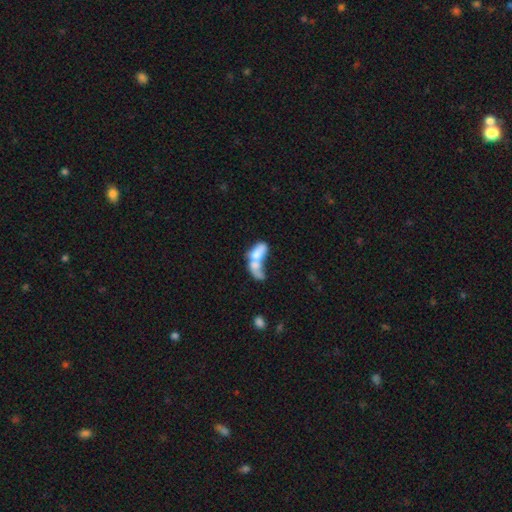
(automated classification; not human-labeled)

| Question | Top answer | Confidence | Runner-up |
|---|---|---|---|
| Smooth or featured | smooth | 57% | featured or disk (34%) |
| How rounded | in between | 81% | cigar-shaped (11%) |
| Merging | merger | 72% | major disturbance (13%) |